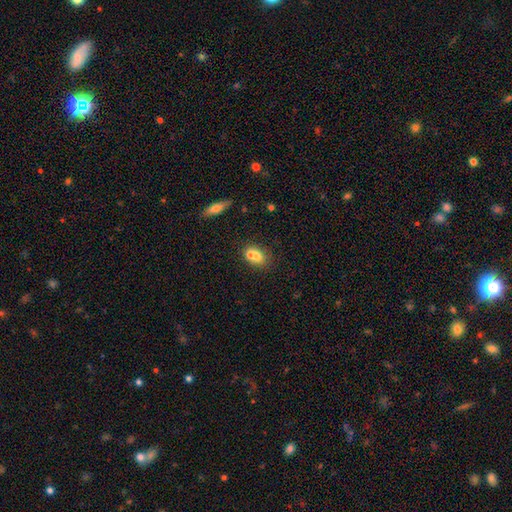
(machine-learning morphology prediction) A smooth galaxy with no disk features (71%) that is in between round and cigar-shaped (67%). Merging: merger (49%).